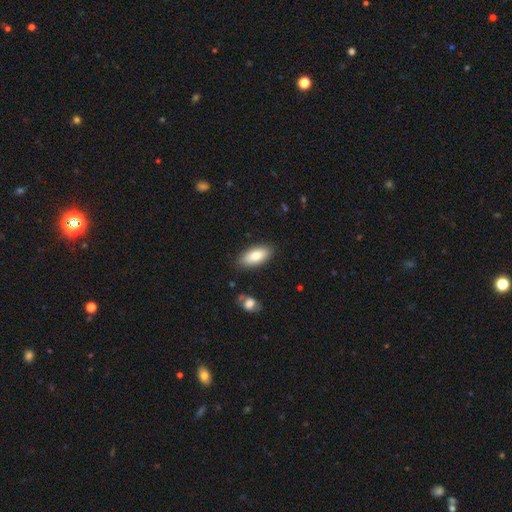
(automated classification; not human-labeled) A smooth galaxy with no disk features (81%) that is in between round and cigar-shaped (88%).

Vote fractions:
- Smooth or featured? smooth: 81% / featured or disk: 13% / star or artifact: 6%
- How rounded? in between: 88% / cigar-shaped: 10% / round: 2%
- Merging? none: 85% / minor disturbance: 10% / major disturbance: 2% / merger: 2%